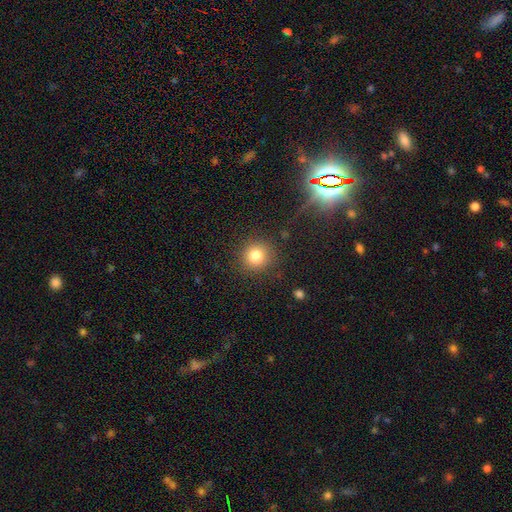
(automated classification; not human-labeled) Smooth or featured? Predicted: smooth (p=0.81). How rounded? Predicted: round (p=0.92). Merging? Predicted: none (p=0.87).